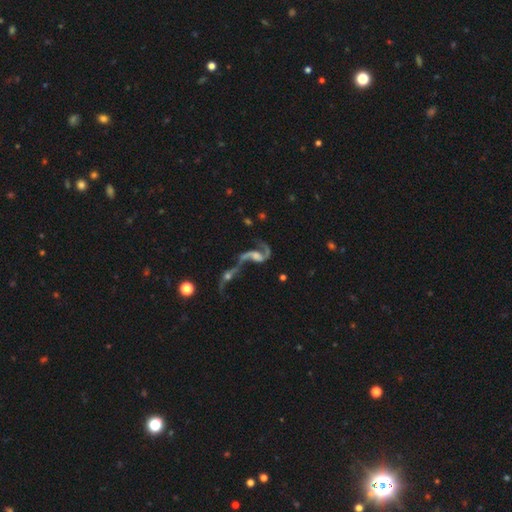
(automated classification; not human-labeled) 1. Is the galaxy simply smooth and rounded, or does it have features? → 83% featured or disk, 8% smooth, 8% star or artifact.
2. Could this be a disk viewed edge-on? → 96% no, 4% yes.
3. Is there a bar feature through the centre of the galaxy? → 49% no, 37% weak, 14% strong.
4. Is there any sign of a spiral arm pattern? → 92% yes, 8% no.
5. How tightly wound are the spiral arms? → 76% loose, 19% medium, 5% tight.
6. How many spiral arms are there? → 84% 2, 10% 1, 3% can't tell, 1% 3, 1% 4, 1% more than 4.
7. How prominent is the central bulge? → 34% moderate, 29% small, 25% none, 10% large, 2% dominant.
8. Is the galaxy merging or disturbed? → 56% merger, 20% none, 15% major disturbance, 8% minor disturbance.